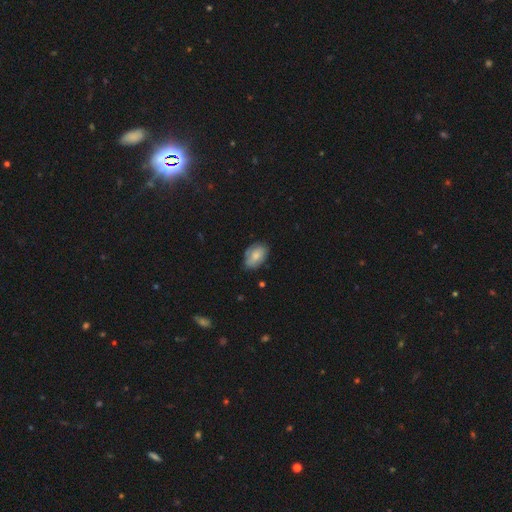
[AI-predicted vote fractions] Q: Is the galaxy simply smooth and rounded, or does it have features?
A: smooth — 69%.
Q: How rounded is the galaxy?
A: in between — 87%.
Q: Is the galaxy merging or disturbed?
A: none — 70%.